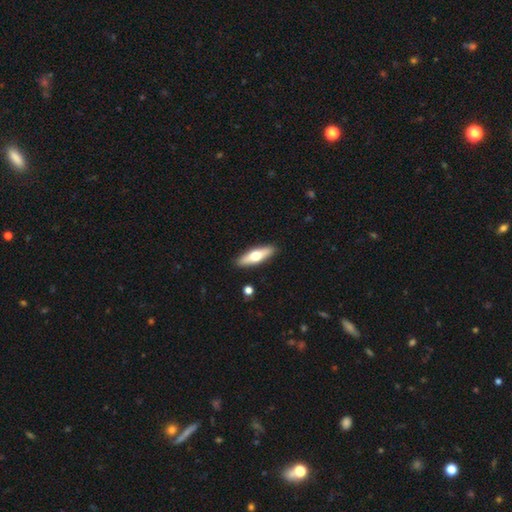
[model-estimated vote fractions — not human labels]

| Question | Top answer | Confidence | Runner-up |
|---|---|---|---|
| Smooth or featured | smooth | 51% | featured or disk (44%) |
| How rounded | cigar-shaped | 56% | in between (41%) |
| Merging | none | 90% | minor disturbance (7%) |